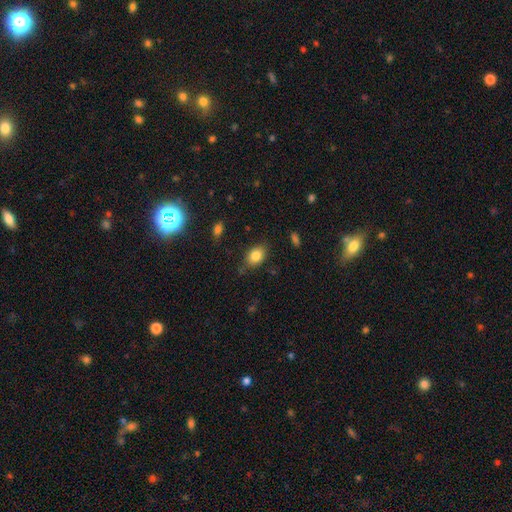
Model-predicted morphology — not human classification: smooth 82%, star or artifact 9%, featured or disk 9%. Down the decision tree: how rounded — in between (76%); merging — none (78%).